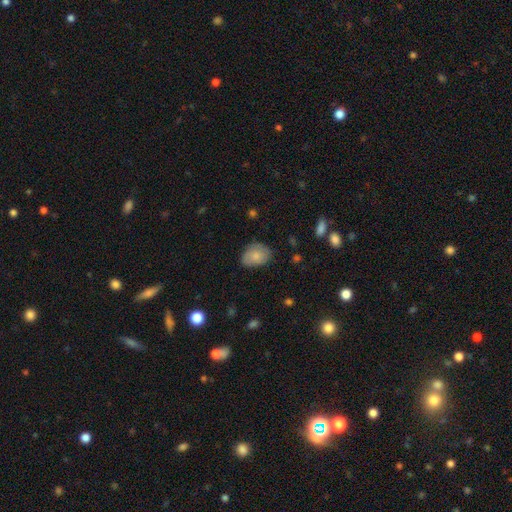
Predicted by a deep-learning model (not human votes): The model was most divided on "merging": none: 71%, minor disturbance: 23%, major disturbance: 5%, merger: 1%. More confident: smooth or featured — smooth (79%); how rounded — in between (75%).